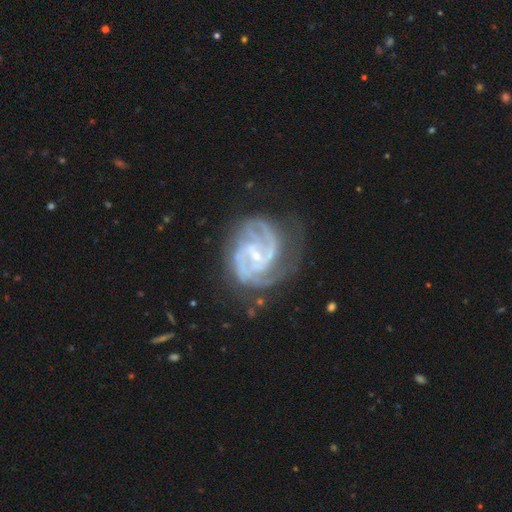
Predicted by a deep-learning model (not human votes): Smooth or featured: featured or disk — 91% (star or artifact — 5%)
Edge-on disk: no — 98% (yes — 2%)
Bar: weak — 48% (no — 34%)
Spiral arms: yes — 98% (no — 2%)
Spiral winding: tight — 52% (medium — 41%)
Spiral arm count: 2 — 38% (3 — 27%)
Bulge size: small — 73% (moderate — 22%)
Merging: none — 64% (minor disturbance — 21%)